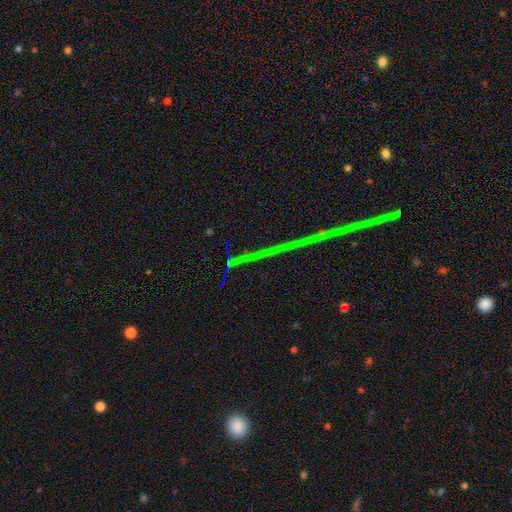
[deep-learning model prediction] This appears to be a star or artifact, not a galaxy (82%).